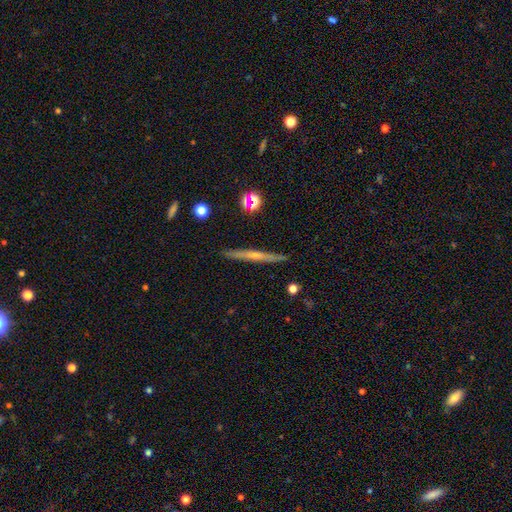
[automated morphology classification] Smooth or featured?
  - featured or disk: 71% *
  - smooth: 21%
  - star or artifact: 8%
Edge-on disk?
  - yes: 98% *
  - no: 2%
Edge-on bulge?
  - rounded: 65% *
  - none: 28%
  - boxy: 7%
Merging?
  - none: 90% *
  - minor disturbance: 6%
  - merger: 2%
  - major disturbance: 1%